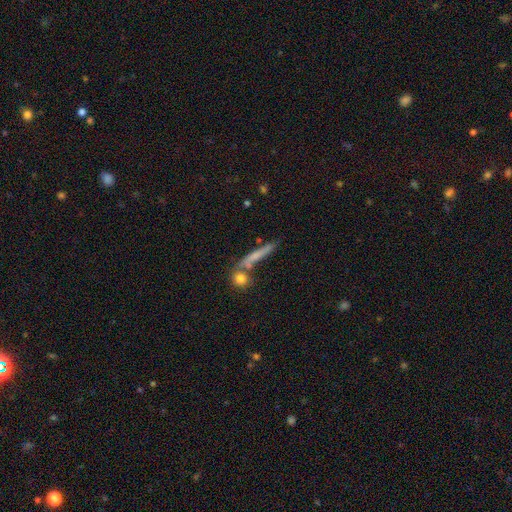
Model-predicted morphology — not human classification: A smooth galaxy with no disk features (58%) that is cigar-shaped (85%). Merging: none (65%).